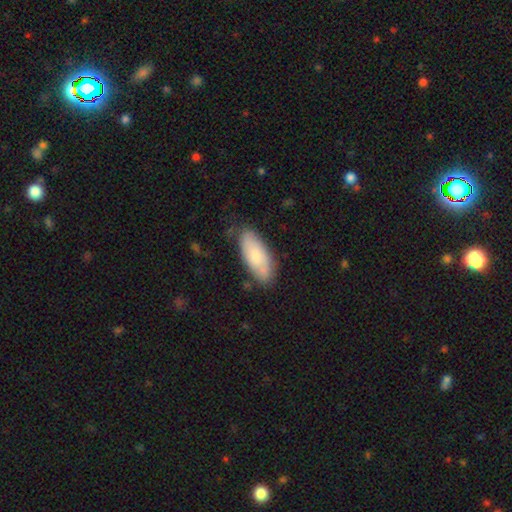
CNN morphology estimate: Smooth or featured: smooth — 73% (featured or disk — 21%)
How rounded: in between — 81% (cigar-shaped — 17%)
Merging: none — 75% (minor disturbance — 19%)